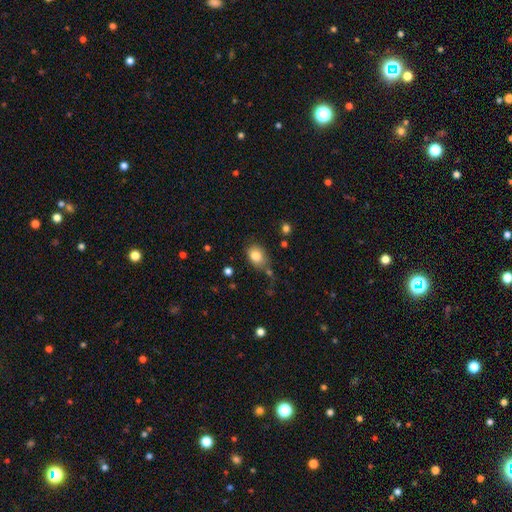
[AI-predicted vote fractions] This appears to be a smooth galaxy with no disk features (83%) that is in between round and cigar-shaped (66%). Merging: none (63%).